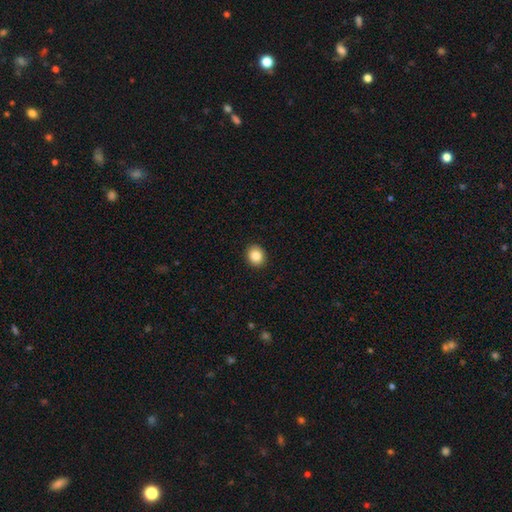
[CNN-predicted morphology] This is clearly a smooth galaxy (87%). How rounded: likely round (69%). Merging: clearly none (91%).